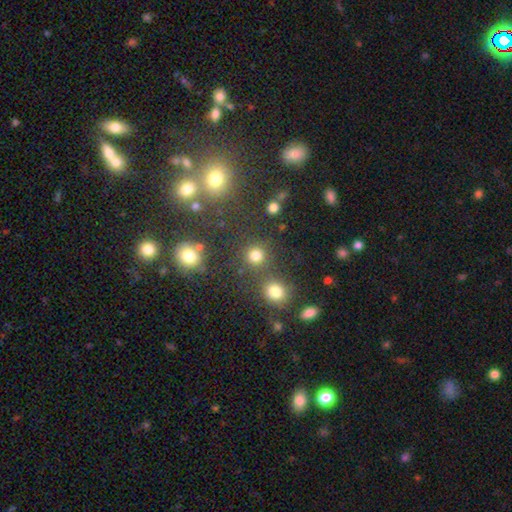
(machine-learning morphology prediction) Smooth or featured?
  - smooth: 78% *
  - star or artifact: 17%
  - featured or disk: 5%
How rounded?
  - round: 91% *
  - in between: 8%
  - cigar-shaped: 1%
Merging?
  - none: 74% *
  - merger: 15%
  - minor disturbance: 7%
  - major disturbance: 4%